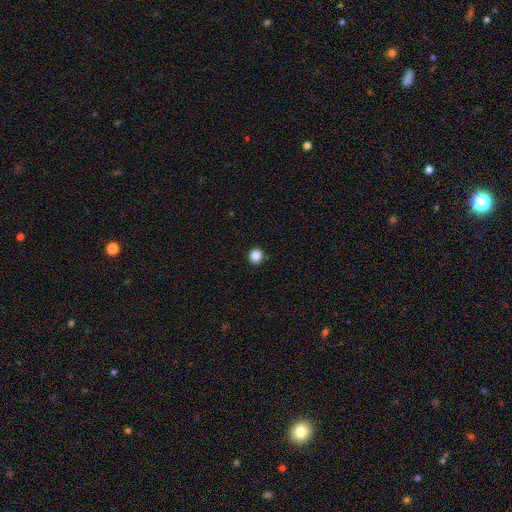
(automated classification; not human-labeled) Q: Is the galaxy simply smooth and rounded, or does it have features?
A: smooth — 87%.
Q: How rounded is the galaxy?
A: round — 88%.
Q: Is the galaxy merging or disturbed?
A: none — 92%.